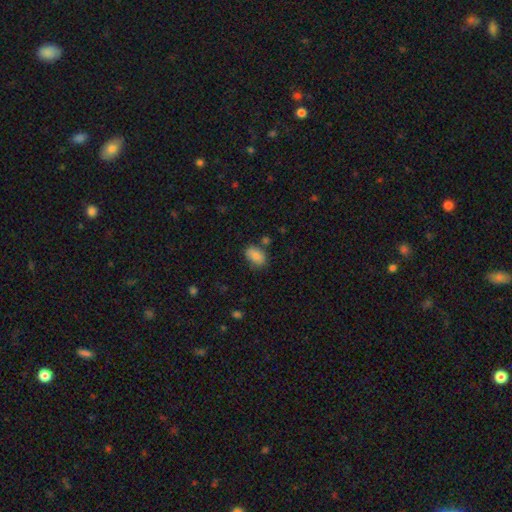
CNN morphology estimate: A smooth galaxy with no disk features (84%) that is in between round and cigar-shaped (88%). Merging: none (73%).